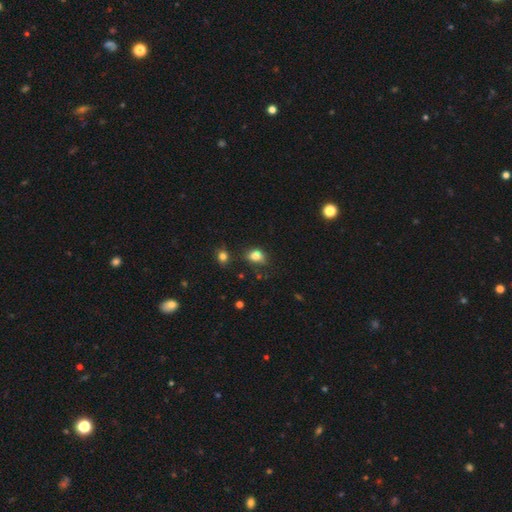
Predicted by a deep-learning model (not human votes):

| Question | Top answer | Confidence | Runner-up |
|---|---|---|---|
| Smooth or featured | smooth | 82% | star or artifact (11%) |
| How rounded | in between | 66% | round (32%) |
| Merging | none | 57% | minor disturbance (29%) |